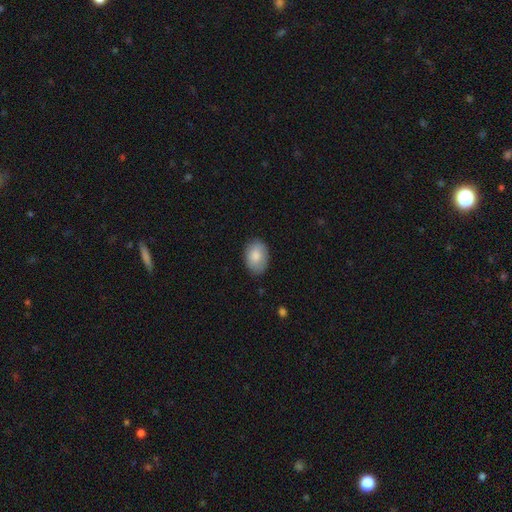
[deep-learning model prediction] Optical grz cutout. It shows a smooth galaxy with no disk features (83%) that is in between round and cigar-shaped (83%). Merging: none (83%).